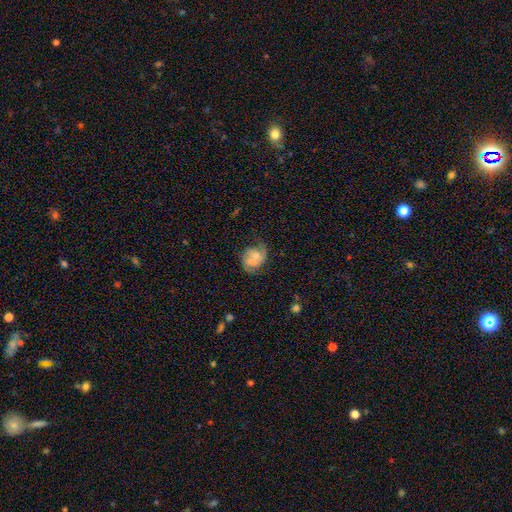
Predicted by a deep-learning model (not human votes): Morphology: type=featured or disk (54%); edge-on=no (97%); bar=no (62%); spiral arms=yes (75%); bulge=small (45%); merging=none (51%).